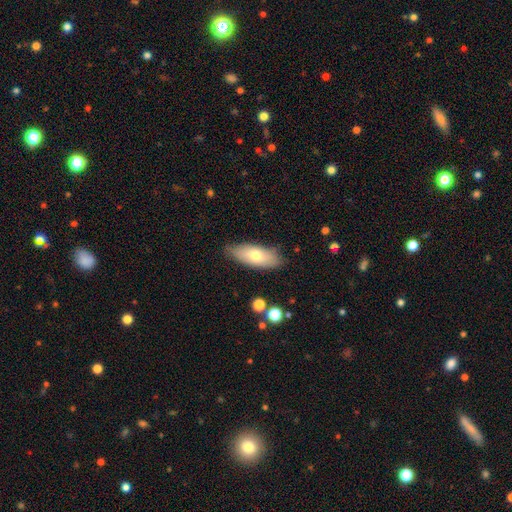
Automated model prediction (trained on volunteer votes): Smooth or featured? smooth (67%)
How rounded? in between (76%)
Merging? none (81%)